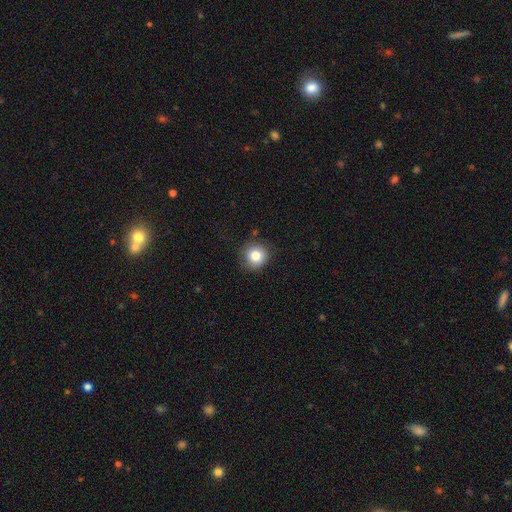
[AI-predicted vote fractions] Smooth or featured?
  - smooth: 83% *
  - star or artifact: 10%
  - featured or disk: 7%
How rounded?
  - round: 93% *
  - in between: 7%
  - cigar-shaped: 1%
Merging?
  - none: 85% *
  - minor disturbance: 11%
  - major disturbance: 3%
  - merger: 2%